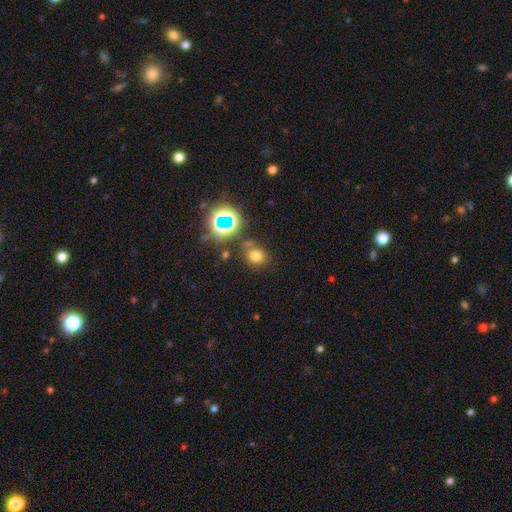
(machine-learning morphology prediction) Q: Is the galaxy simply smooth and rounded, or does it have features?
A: smooth — 67%.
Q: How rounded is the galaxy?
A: round — 77%.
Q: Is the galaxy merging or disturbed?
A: none — 75%.